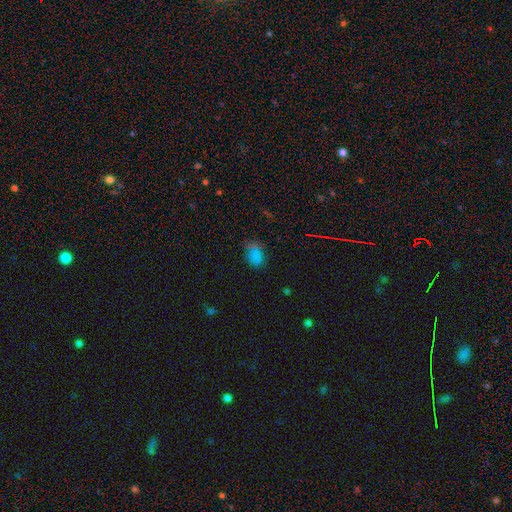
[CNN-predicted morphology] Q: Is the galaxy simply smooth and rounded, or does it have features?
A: smooth — 72%.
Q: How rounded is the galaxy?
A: in between — 78%.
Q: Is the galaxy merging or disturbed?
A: none — 53%.